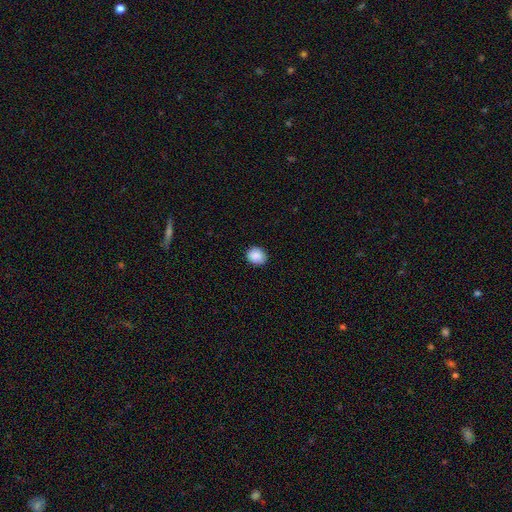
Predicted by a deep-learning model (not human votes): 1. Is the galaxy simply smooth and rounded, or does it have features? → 89% smooth, 8% star or artifact, 3% featured or disk.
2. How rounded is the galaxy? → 70% round, 29% in between, 1% cigar-shaped.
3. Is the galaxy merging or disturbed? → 87% none, 10% minor disturbance, 2% major disturbance, 1% merger.